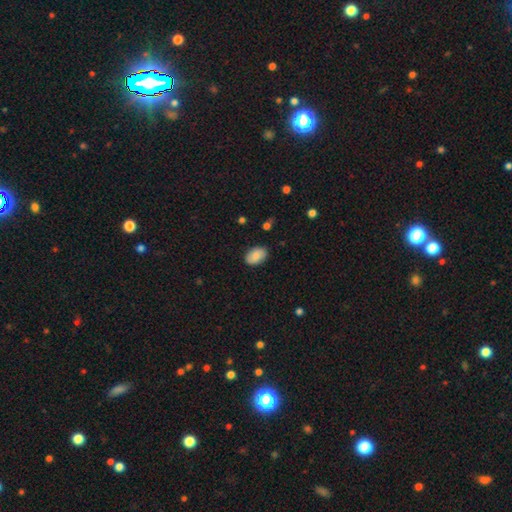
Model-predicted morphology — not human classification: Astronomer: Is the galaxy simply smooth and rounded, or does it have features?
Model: smooth — 84%.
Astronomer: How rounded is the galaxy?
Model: in between — 88%.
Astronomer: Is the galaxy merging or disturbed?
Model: none — 85%.